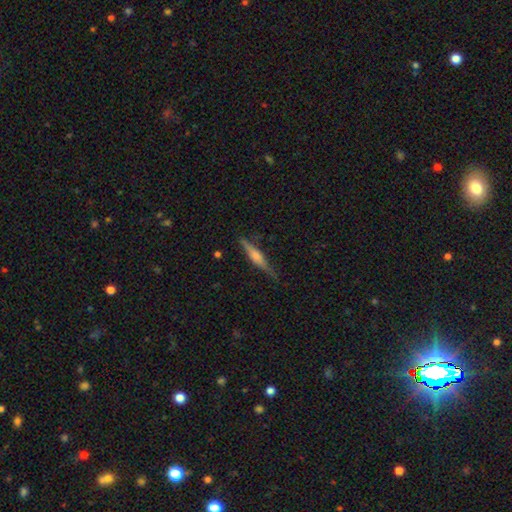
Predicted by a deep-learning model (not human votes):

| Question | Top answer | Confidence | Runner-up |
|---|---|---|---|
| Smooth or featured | featured or disk | 55% | smooth (39%) |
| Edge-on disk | yes | 96% | no (4%) |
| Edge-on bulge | rounded | 63% | boxy (23%) |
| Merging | none | 80% | minor disturbance (15%) |